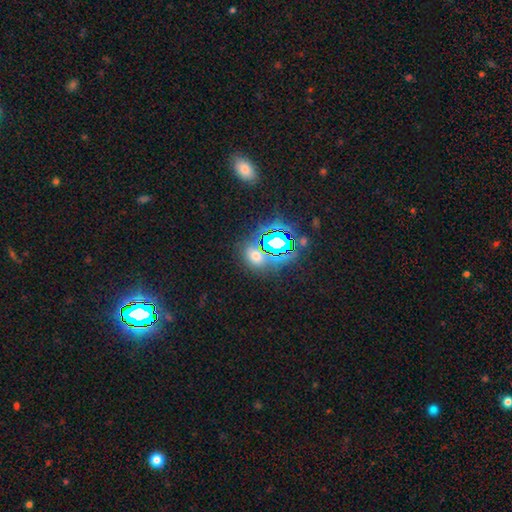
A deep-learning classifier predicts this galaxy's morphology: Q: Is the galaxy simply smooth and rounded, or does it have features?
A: star or artifact — 46%.